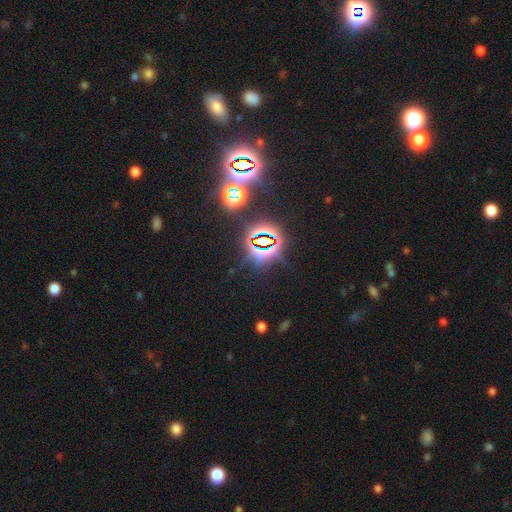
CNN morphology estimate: smooth_or_featured: star or artifact (p=0.79) [alt: smooth p=0.13]